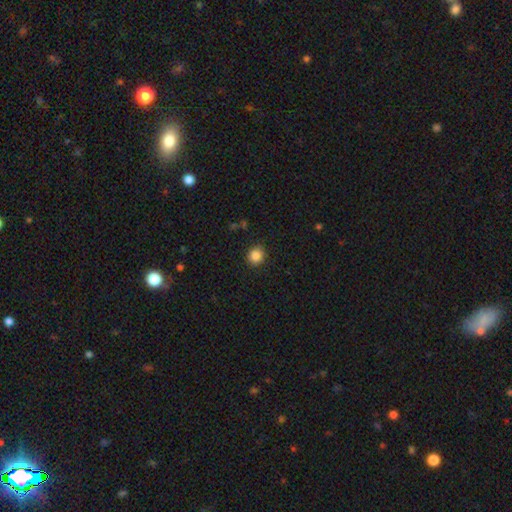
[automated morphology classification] Smooth or featured? smooth (86%)
How rounded? round (89%)
Merging? none (90%)